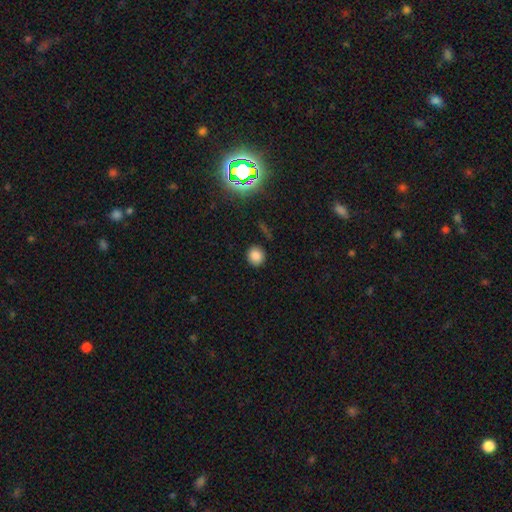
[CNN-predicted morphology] smooth-or-featured: smooth: 81% | star or artifact: 14% | featured or disk: 5%
  how-rounded: round: 84% | in between: 15% | cigar-shaped: 1%
  merging: none: 87% | minor disturbance: 8% | major disturbance: 3% | merger: 2%